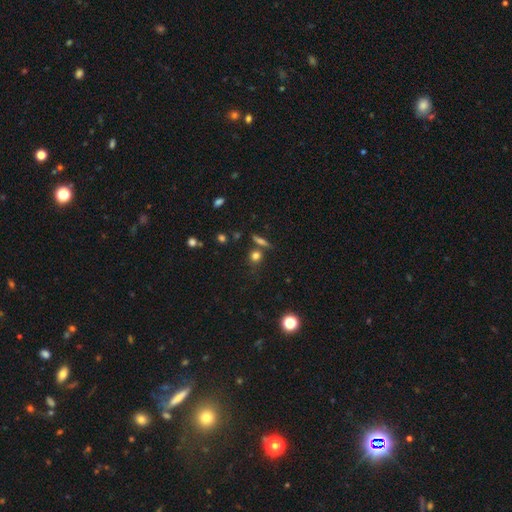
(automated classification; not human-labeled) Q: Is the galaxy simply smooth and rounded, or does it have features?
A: smooth — 72%.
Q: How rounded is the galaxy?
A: round — 75%.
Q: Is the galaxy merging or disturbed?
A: none — 70%.